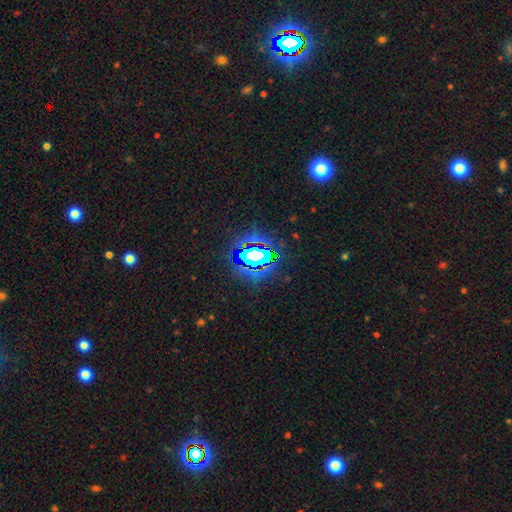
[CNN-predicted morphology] Overall: star or artifact (67%).